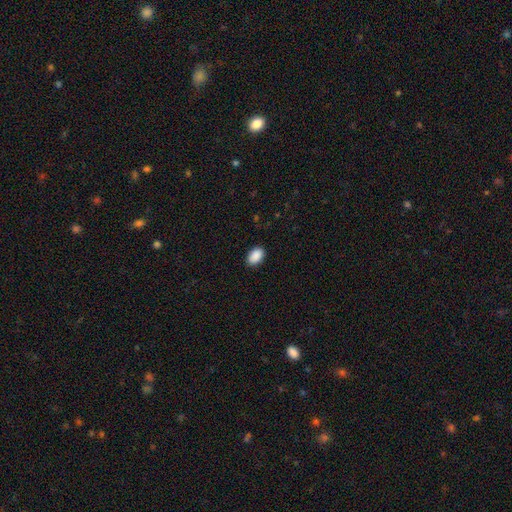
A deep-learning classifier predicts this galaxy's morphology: Smooth or featured? smooth (91%)
How rounded? in between (91%)
Merging? none (89%)